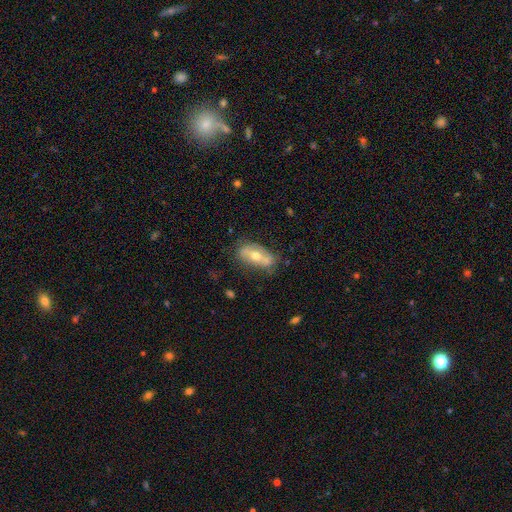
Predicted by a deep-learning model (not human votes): Smooth or featured? Predicted: featured or disk (p=0.47). Merging? Predicted: none (p=0.67).